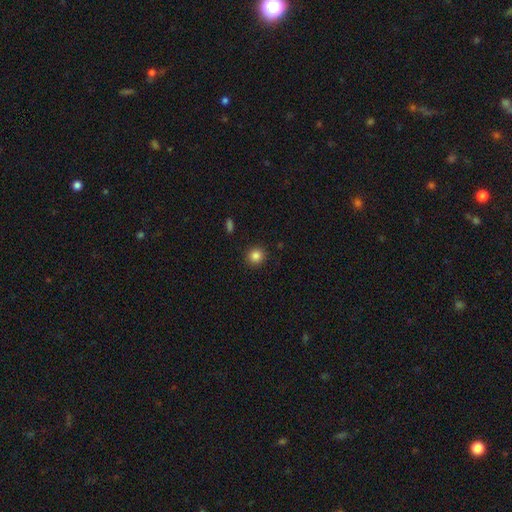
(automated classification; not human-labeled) smooth 84%, star or artifact 11%, featured or disk 5%. Down the decision tree: how rounded — round (91%); merging — none (91%).